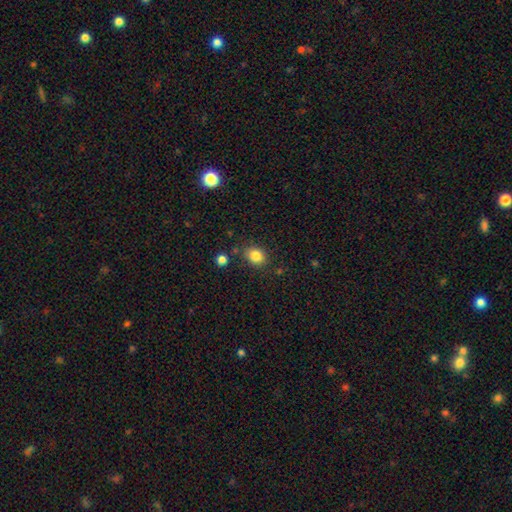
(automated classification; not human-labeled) smooth-or-featured: smooth: 84% | star or artifact: 11% | featured or disk: 6%
  how-rounded: round: 58% | in between: 41% | cigar-shaped: 1%
  merging: none: 81% | minor disturbance: 11% | merger: 4% | major disturbance: 3%